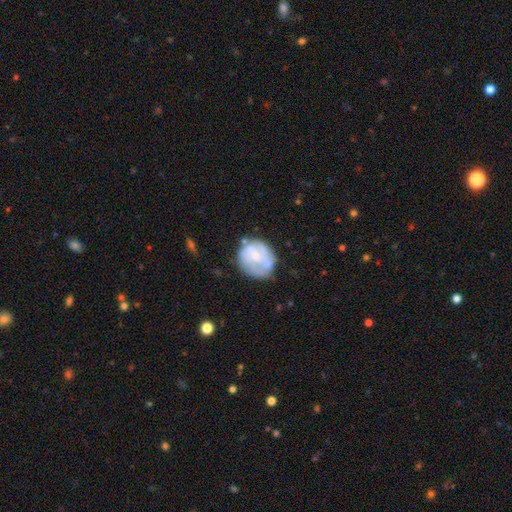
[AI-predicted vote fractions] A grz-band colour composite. It shows a smooth galaxy with no disk features (48%). Merging: none (57%).